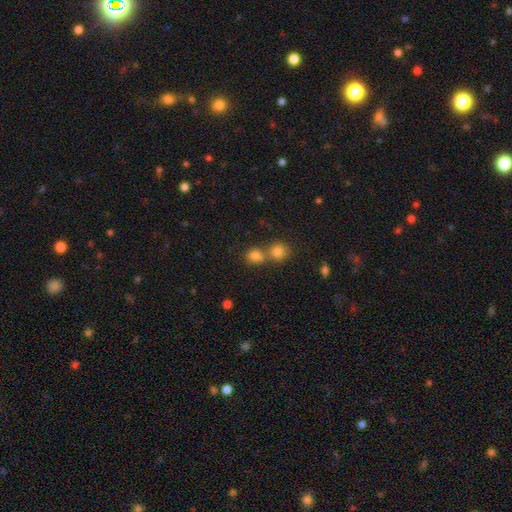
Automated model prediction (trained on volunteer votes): A smooth galaxy with no disk features (79%) that is round (70%). Merging: merger (48%).